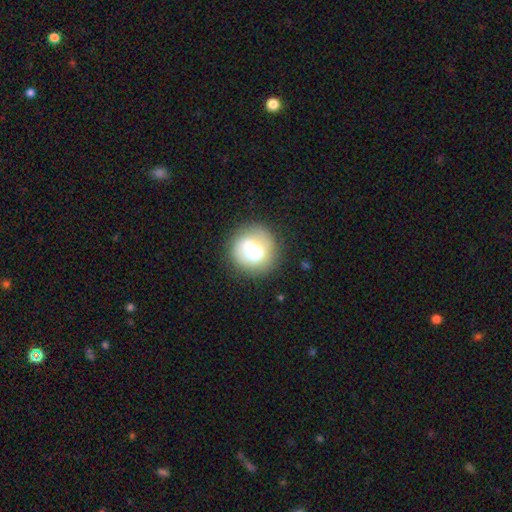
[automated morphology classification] This is possibly a featured or disk galaxy (47%). Merging: likely none (75%).